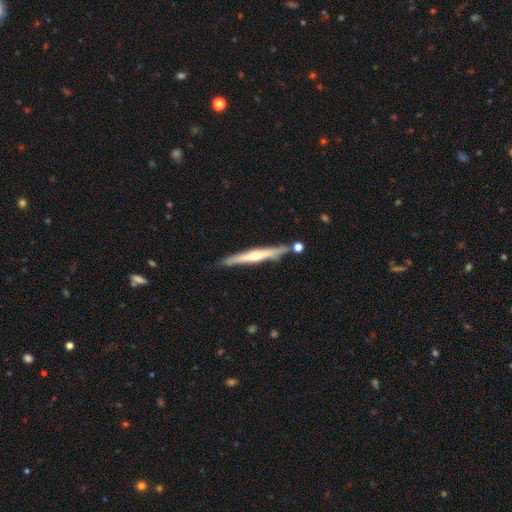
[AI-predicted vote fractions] A featured or disk galaxy (63%) viewed edge-on (96%) with a rounded central bulge (73%). Merging: none (79%).